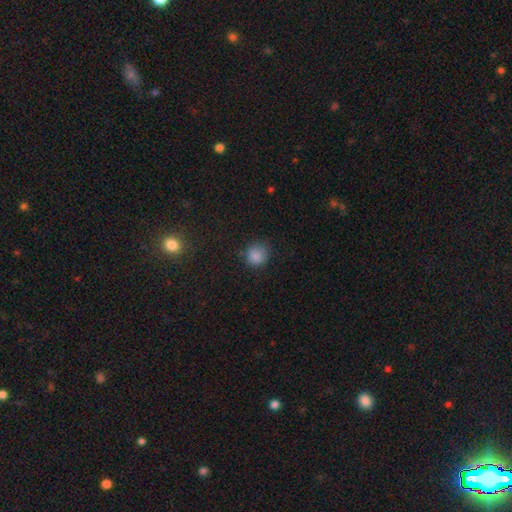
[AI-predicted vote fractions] Smooth or featured?
  - smooth: 84% *
  - star or artifact: 12%
  - featured or disk: 4%
How rounded?
  - round: 88% *
  - in between: 11%
  - cigar-shaped: 1%
Merging?
  - none: 77% *
  - minor disturbance: 17%
  - major disturbance: 4%
  - merger: 2%